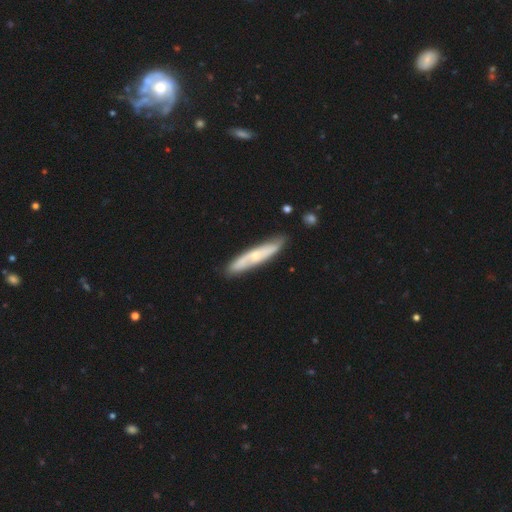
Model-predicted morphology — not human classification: type=featured or disk (58%); edge-on=yes (52%); merging=none (83%).